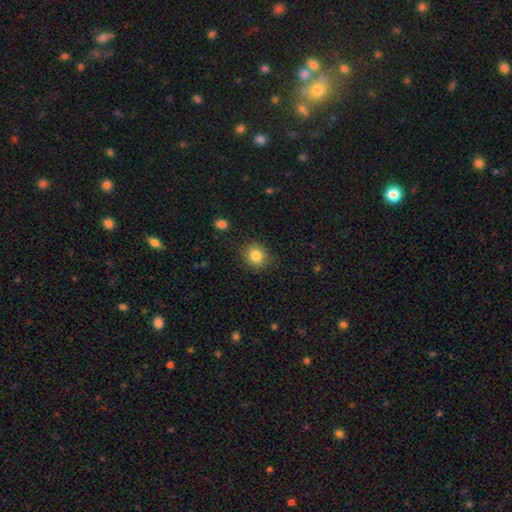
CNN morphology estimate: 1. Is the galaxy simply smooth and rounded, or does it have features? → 84% smooth, 10% star or artifact, 6% featured or disk.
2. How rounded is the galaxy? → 77% round, 22% in between, 1% cigar-shaped.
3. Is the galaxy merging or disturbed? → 87% none, 9% minor disturbance, 3% major disturbance, 1% merger.